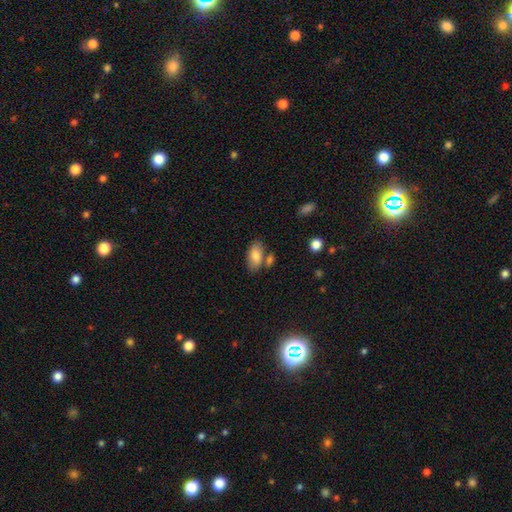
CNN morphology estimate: type=smooth (82%); roundness=in between (92%); merging=none (66%).